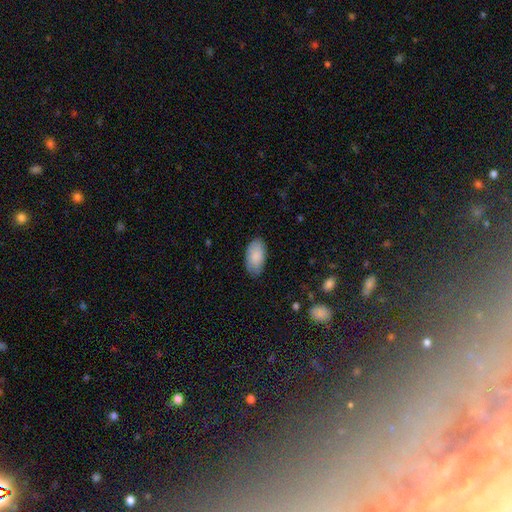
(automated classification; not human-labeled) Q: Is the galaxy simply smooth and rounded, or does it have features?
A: smooth — 87%.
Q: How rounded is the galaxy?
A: in between — 95%.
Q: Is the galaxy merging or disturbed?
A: none — 81%.